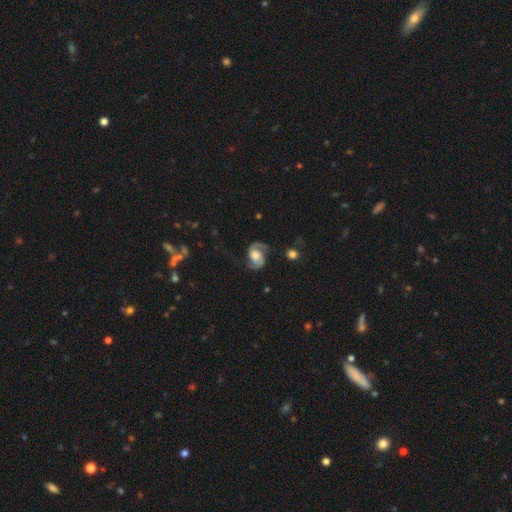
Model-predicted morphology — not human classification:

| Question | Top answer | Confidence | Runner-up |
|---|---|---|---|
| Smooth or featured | featured or disk | 76% | smooth (17%) |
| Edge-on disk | no | 97% | yes (3%) |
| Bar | no | 58% | weak (33%) |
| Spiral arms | yes | 93% | no (7%) |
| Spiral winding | medium | 48% | loose (30%) |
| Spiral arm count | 2 | 86% | 1 (7%) |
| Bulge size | moderate | 37% | large (36%) |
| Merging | none | 62% | minor disturbance (20%) |